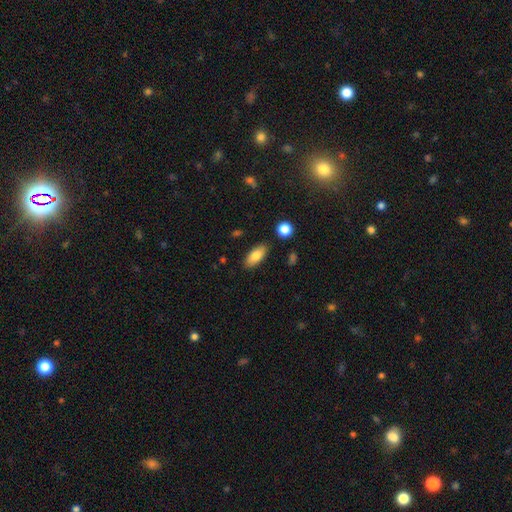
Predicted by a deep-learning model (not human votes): smooth-or-featured: smooth: 80% | featured or disk: 13% | star or artifact: 7%
  how-rounded: in between: 87% | cigar-shaped: 10% | round: 3%
  merging: none: 86% | minor disturbance: 10% | major disturbance: 2% | merger: 2%